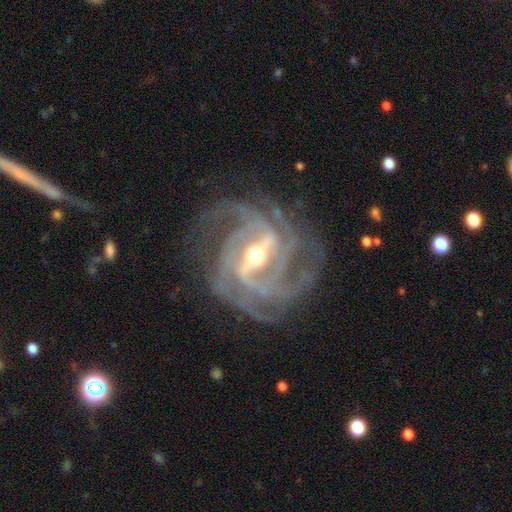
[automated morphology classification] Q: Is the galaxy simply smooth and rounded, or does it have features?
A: featured or disk — 93%.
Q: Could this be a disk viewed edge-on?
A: no — 97%.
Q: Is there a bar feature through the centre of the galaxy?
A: strong — 66%.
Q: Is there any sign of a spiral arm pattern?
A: yes — 98%.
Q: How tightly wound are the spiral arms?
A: tight — 51%.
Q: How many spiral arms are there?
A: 4 — 33%.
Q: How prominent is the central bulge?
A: moderate — 56%.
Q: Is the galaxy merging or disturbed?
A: none — 76%.